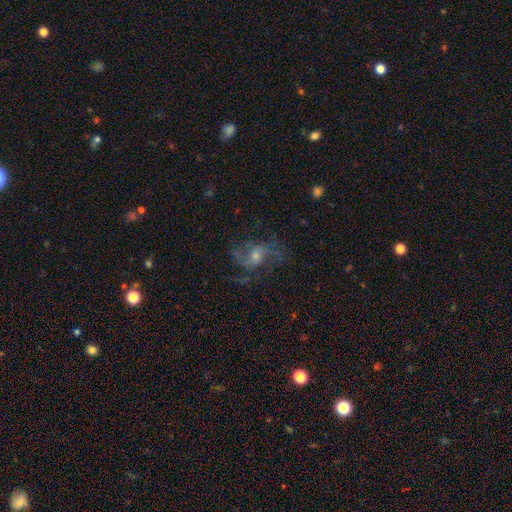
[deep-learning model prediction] Smooth or featured? Predicted: featured or disk (p=0.71). Edge-on disk? Predicted: no (p=0.96). Bar? Predicted: no (p=0.56). Spiral arms? Predicted: yes (p=0.91). Spiral winding? Predicted: medium (p=0.48). Spiral arm count? Predicted: 2 (p=0.41). Bulge size? Predicted: moderate (p=0.48). Merging? Predicted: none (p=0.67).